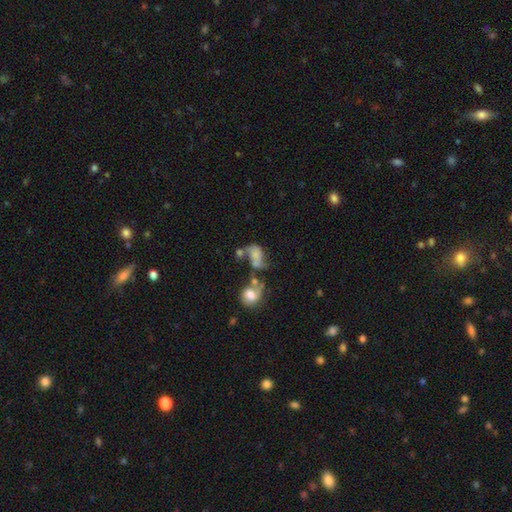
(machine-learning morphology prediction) smooth-or-featured: smooth: 53% | featured or disk: 33% | star or artifact: 14%
  how-rounded: in between: 76% | round: 22% | cigar-shaped: 2%
  merging: merger: 42% | major disturbance: 26% | none: 19% | minor disturbance: 14%